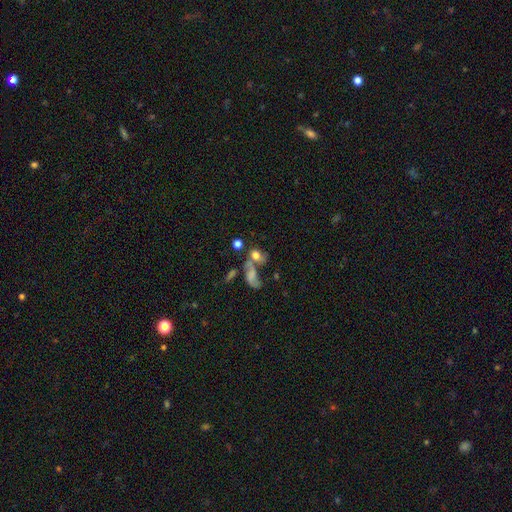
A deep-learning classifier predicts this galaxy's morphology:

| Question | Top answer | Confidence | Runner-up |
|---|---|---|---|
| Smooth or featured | smooth | 62% | featured or disk (24%) |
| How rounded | in between | 52% | round (44%) |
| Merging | merger | 46% | none (28%) |